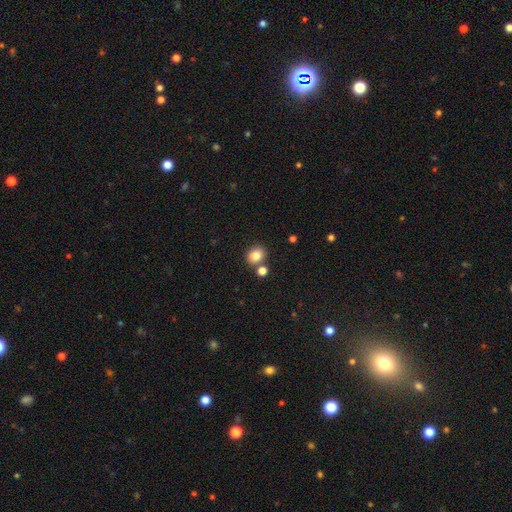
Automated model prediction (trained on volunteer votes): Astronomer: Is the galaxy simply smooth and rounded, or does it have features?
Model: smooth — 84%.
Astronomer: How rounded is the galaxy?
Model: round — 58% (runner-up: in between, 41%).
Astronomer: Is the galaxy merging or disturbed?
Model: none — 69%.